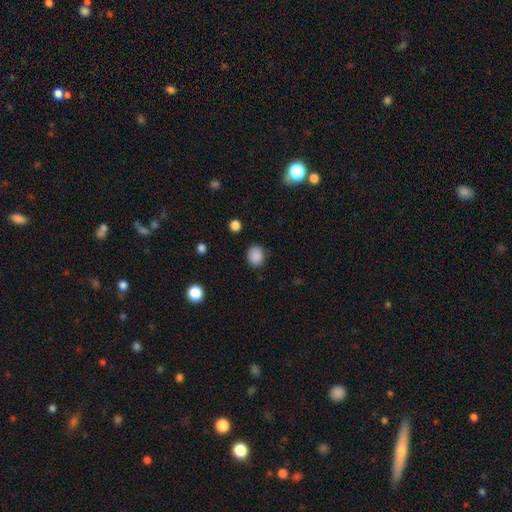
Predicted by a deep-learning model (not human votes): Smooth or featured? Predicted: smooth (p=0.87). How rounded? Predicted: round (p=0.59). Merging? Predicted: none (p=0.83).